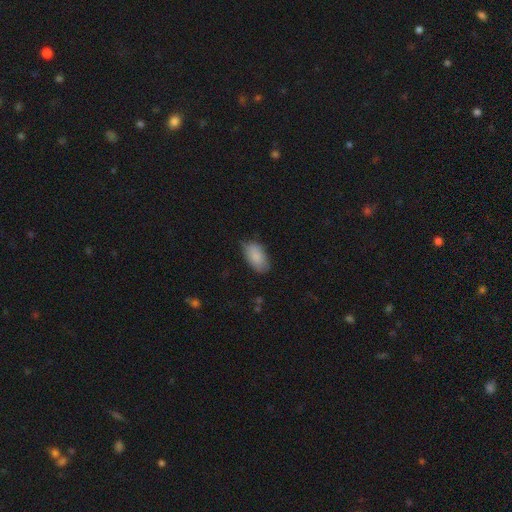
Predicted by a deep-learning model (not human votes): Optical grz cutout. It shows a smooth galaxy with no disk features (86%) that is in between round and cigar-shaped (94%). Merging: none (68%).